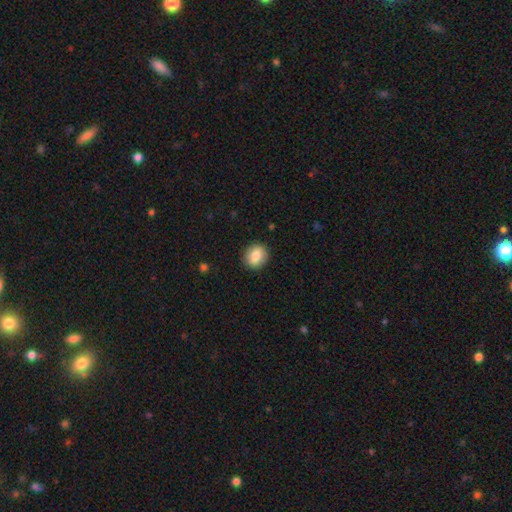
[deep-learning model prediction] Smooth or featured? Predicted: smooth (p=0.82). How rounded? Predicted: round (p=0.70). Merging? Predicted: none (p=0.90).